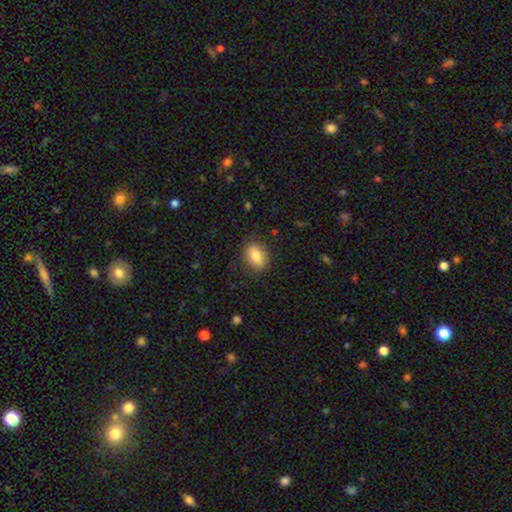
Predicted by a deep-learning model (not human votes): smooth 84%, featured or disk 8%, star or artifact 8%. Down the decision tree: how rounded — in between (76%); merging — none (83%).